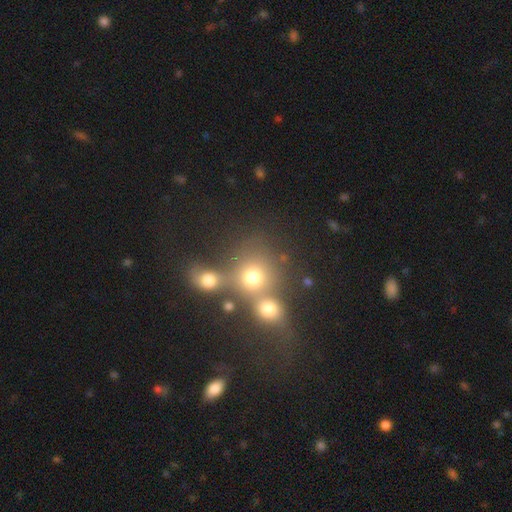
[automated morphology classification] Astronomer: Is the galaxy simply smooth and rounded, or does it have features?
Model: smooth — 58%.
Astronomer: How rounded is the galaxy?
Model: round — 78%.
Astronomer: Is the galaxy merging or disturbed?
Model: merger — 58%.